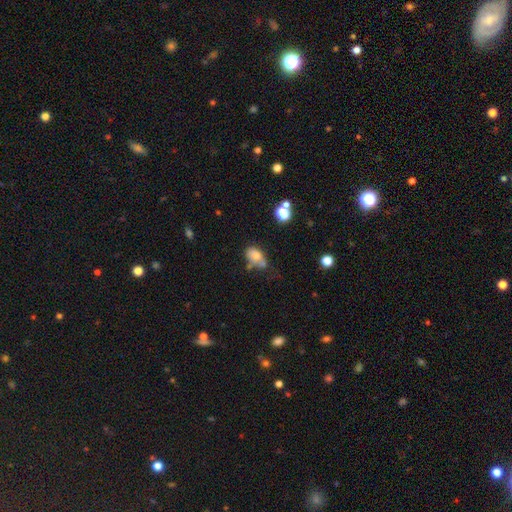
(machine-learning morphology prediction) Q: Smooth or featured?
A: smooth (69%); runner-up: featured or disk (19%)
Q: How rounded?
A: in between (81%); runner-up: round (18%)
Q: Merging?
A: none (38%); runner-up: minor disturbance (27%)